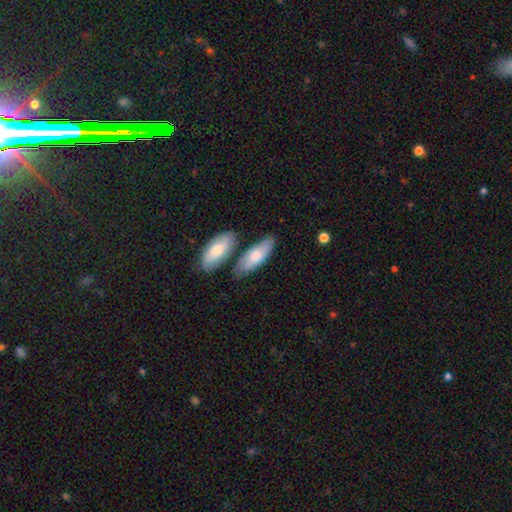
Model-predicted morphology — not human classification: Smooth or featured: smooth — 72% (featured or disk — 23%)
How rounded: in between — 73% (cigar-shaped — 24%)
Merging: none — 66% (minor disturbance — 16%)